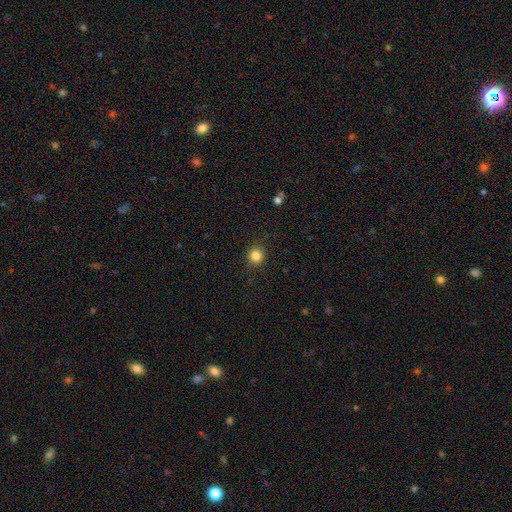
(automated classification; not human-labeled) Smooth or featured? Predicted: smooth (p=0.83). How rounded? Predicted: round (p=0.90). Merging? Predicted: none (p=0.90).